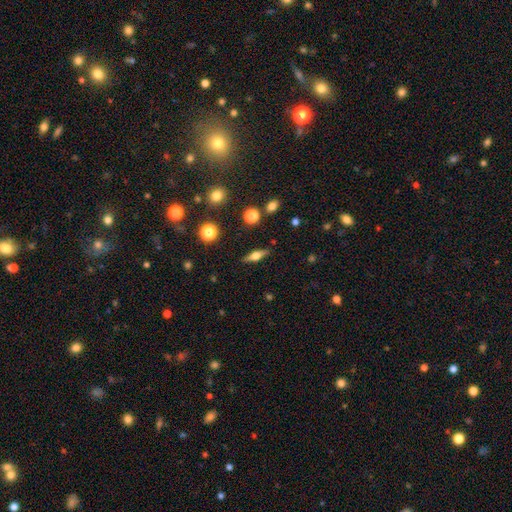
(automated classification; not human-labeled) This appears to be a featured or disk galaxy (47%). Merging: none (86%).